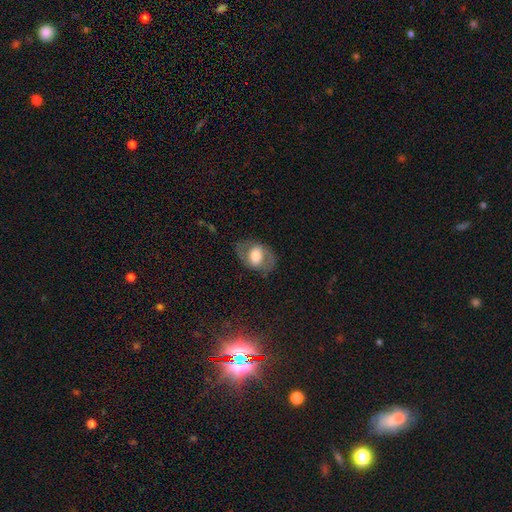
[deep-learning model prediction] A featured or disk galaxy (54%) with no bar (46%), spiral arms (63%) and a moderate central bulge (49%). Merging: none (74%).